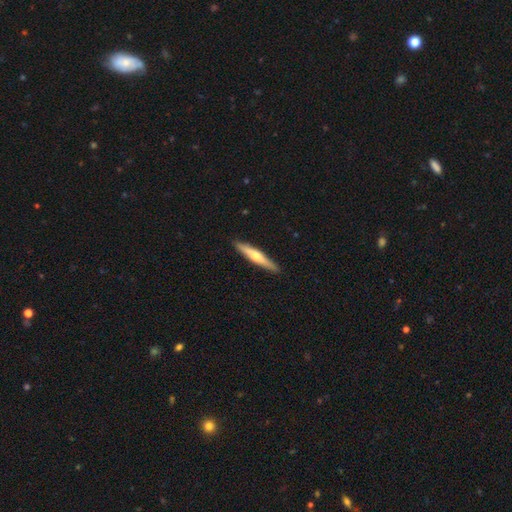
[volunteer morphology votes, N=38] smooth 55%, featured or disk 45%, star or artifact 0%. Down the decision tree: how rounded — cigar-shaped (86%); merging — none (89%).